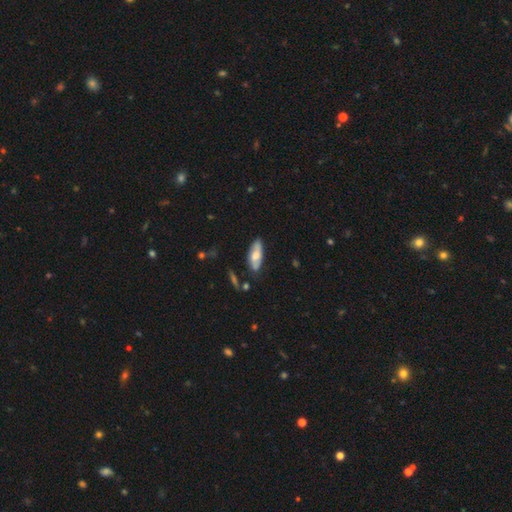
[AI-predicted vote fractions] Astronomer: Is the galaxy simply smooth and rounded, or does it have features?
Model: smooth — 58% (runner-up: featured or disk, 36%).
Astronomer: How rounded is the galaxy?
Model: in between — 75%.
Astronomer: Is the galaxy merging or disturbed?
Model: none — 75%.